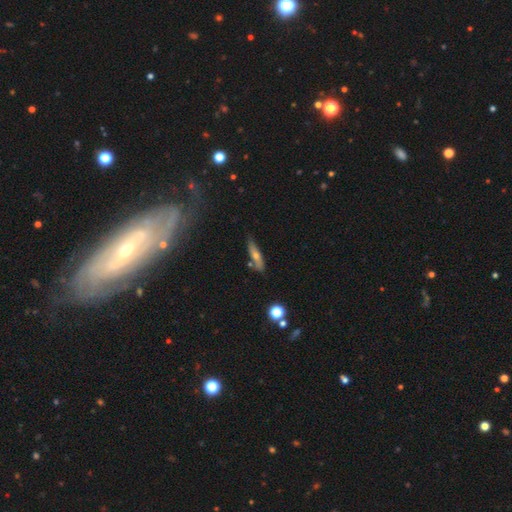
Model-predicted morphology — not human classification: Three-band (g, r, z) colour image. It shows a smooth galaxy with no disk features (47%). Merging: none (70%).